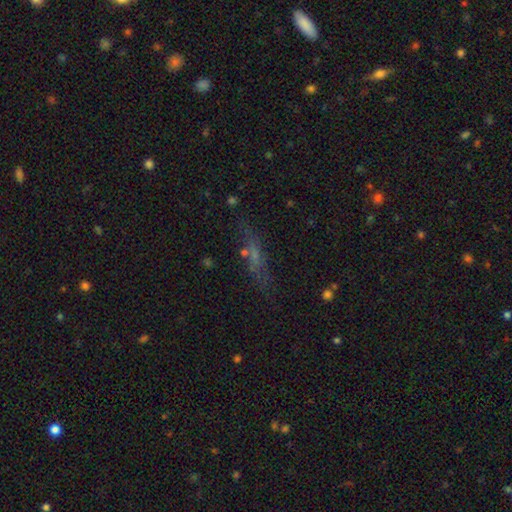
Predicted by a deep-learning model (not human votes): Smooth or featured?
  - star or artifact: 37% *
  - smooth: 32%
  - featured or disk: 31%